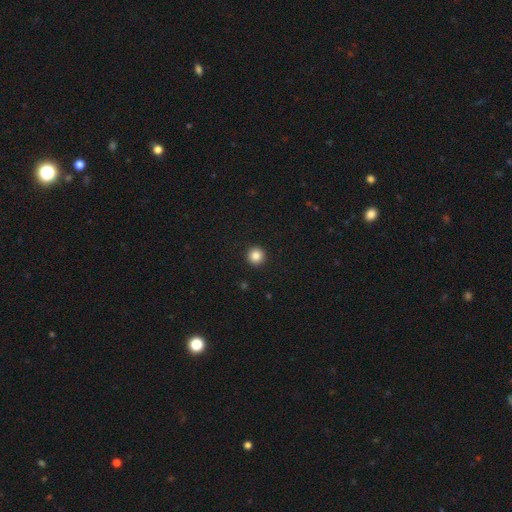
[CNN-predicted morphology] Smooth or featured?
  - smooth: 85% *
  - star or artifact: 10%
  - featured or disk: 4%
How rounded?
  - round: 96% *
  - in between: 3%
  - cigar-shaped: 1%
Merging?
  - none: 93% *
  - minor disturbance: 4%
  - major disturbance: 2%
  - merger: 1%